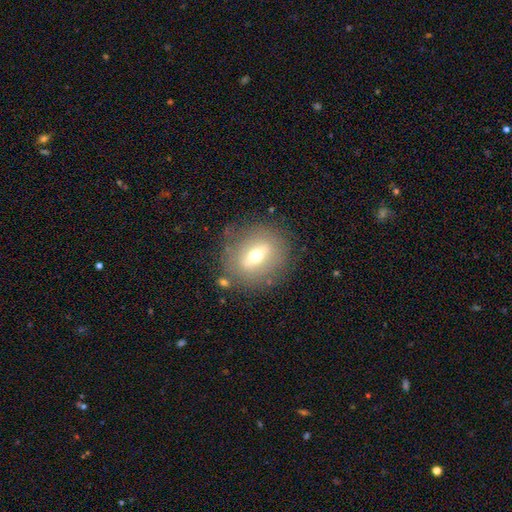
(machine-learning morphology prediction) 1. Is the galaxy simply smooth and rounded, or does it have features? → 54% featured or disk, 37% smooth, 9% star or artifact.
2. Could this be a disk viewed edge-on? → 60% no, 40% yes.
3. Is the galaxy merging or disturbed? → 80% none, 11% minor disturbance, 5% major disturbance, 3% merger.